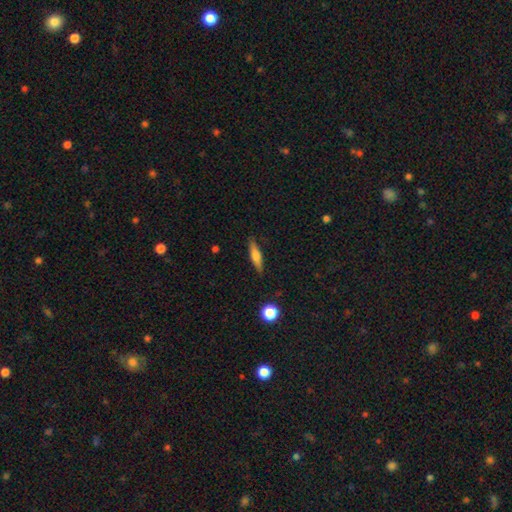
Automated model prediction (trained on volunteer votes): Smooth or featured? smooth (57%)
How rounded? cigar-shaped (73%)
Merging? none (86%)